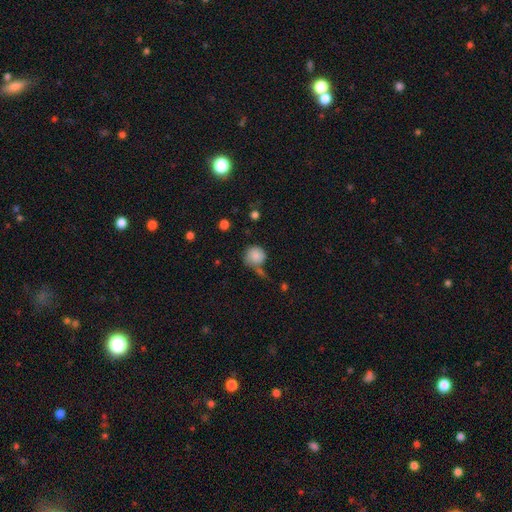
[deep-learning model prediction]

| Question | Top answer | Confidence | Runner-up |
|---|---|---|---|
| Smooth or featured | smooth | 80% | featured or disk (12%) |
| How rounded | round | 87% | in between (12%) |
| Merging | none | 49% | minor disturbance (23%) |